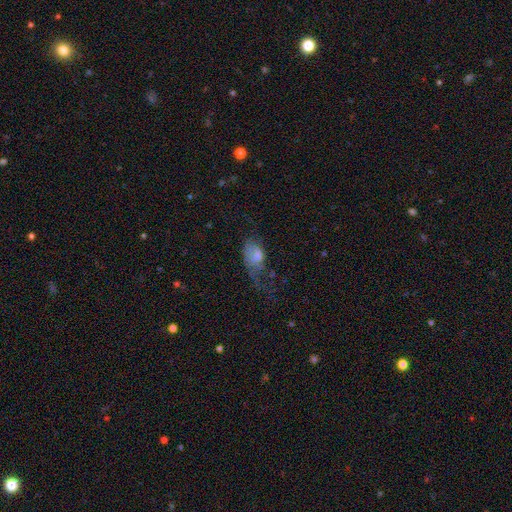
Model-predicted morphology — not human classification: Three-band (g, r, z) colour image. It shows a smooth galaxy with no disk features (54%) that is in between round and cigar-shaped (88%). Merging: major disturbance (59%).